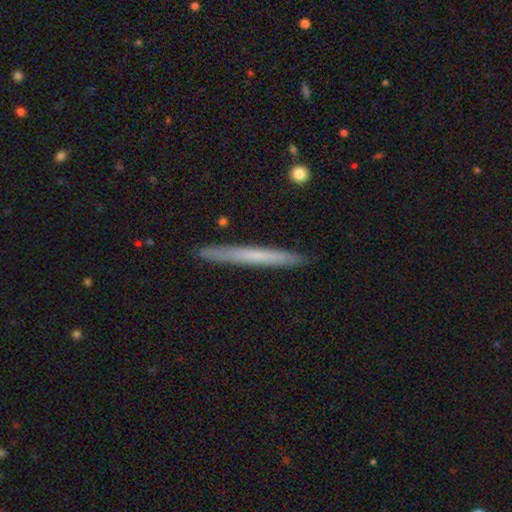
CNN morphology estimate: Q: Smooth or featured?
A: smooth (57%); runner-up: featured or disk (37%)
Q: How rounded?
A: cigar-shaped (97%); runner-up: in between (2%)
Q: Merging?
A: none (91%); runner-up: minor disturbance (6%)